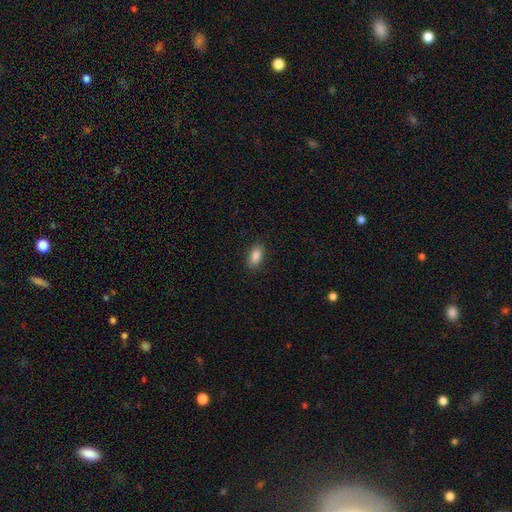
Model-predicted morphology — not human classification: Smooth or featured?
  - smooth: 88% *
  - star or artifact: 8%
  - featured or disk: 4%
How rounded?
  - in between: 91% *
  - round: 5%
  - cigar-shaped: 4%
Merging?
  - none: 89% *
  - minor disturbance: 8%
  - major disturbance: 2%
  - merger: 1%